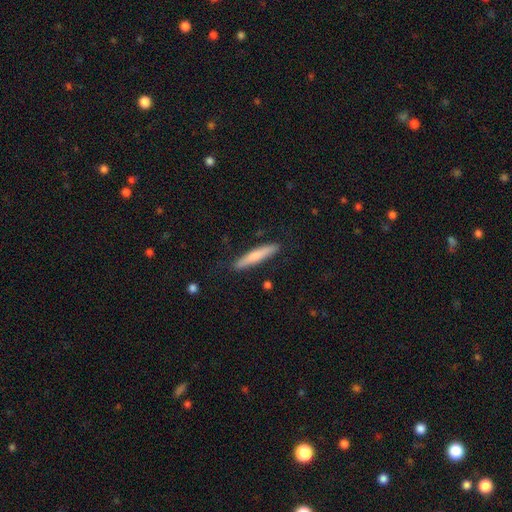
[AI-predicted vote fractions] Q: Smooth or featured?
A: smooth (71%); runner-up: featured or disk (24%)
Q: How rounded?
A: cigar-shaped (92%); runner-up: in between (6%)
Q: Merging?
A: none (88%); runner-up: minor disturbance (9%)